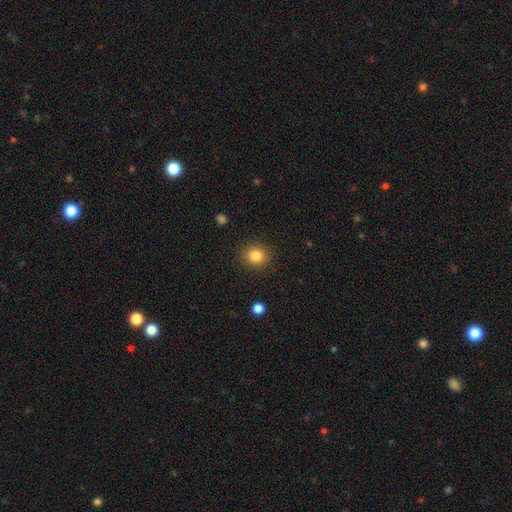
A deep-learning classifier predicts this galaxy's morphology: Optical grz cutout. It shows a smooth galaxy with no disk features (84%) that is round (79%). Merging: none (90%).